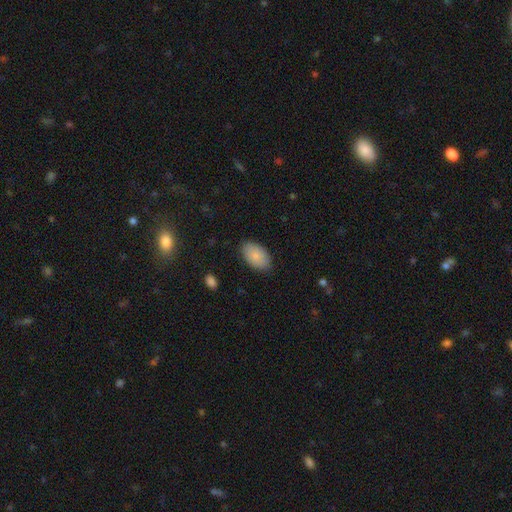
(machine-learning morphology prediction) smooth-or-featured: smooth: 87% | featured or disk: 6% | star or artifact: 6%
  how-rounded: in between: 94% | round: 5% | cigar-shaped: 1%
  merging: none: 86% | minor disturbance: 11% | major disturbance: 2% | merger: 1%